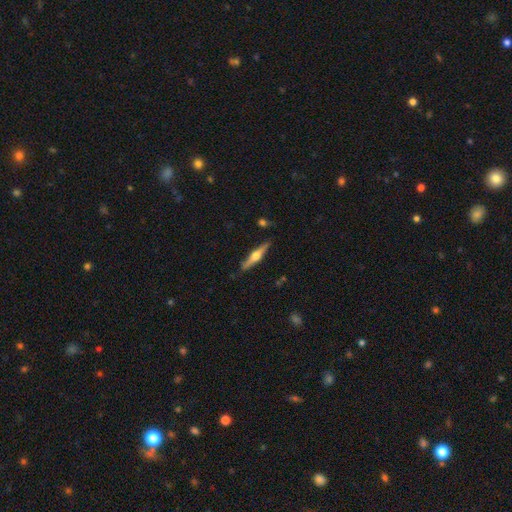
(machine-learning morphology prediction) Smooth or featured? featured or disk (68%)
Edge-on disk? yes (97%)
Edge-on bulge? rounded (93%)
Merging? none (86%)